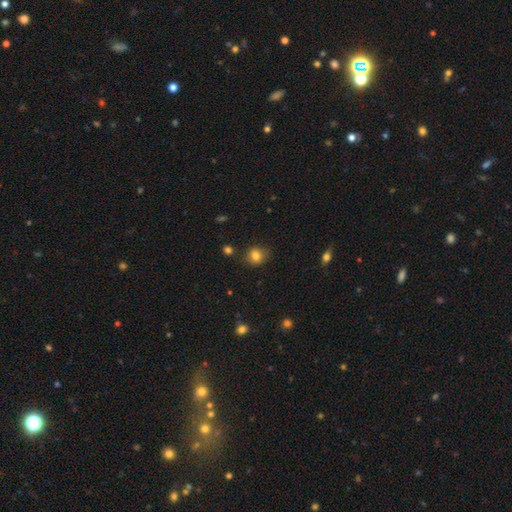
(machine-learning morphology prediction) Smooth or featured? Predicted: smooth (p=0.80). How rounded? Predicted: round (p=0.68). Merging? Predicted: none (p=0.80).